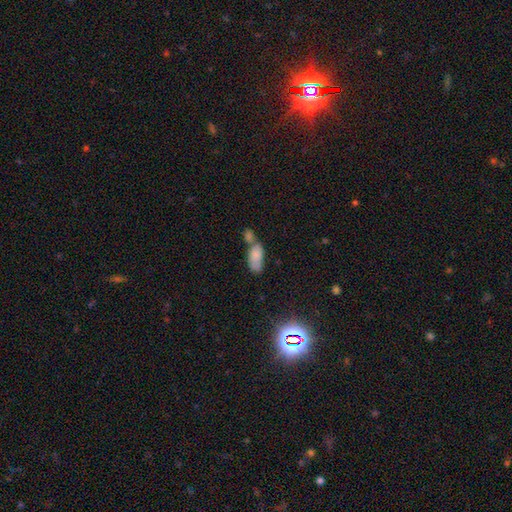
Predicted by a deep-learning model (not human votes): A smooth galaxy with no disk features (78%) that is in between round and cigar-shaped (88%).

Vote fractions:
- Smooth or featured? smooth: 78% / featured or disk: 13% / star or artifact: 9%
- How rounded? in between: 88% / cigar-shaped: 9% / round: 4%
- Merging? merger: 52% / none: 27% / minor disturbance: 14% / major disturbance: 8%